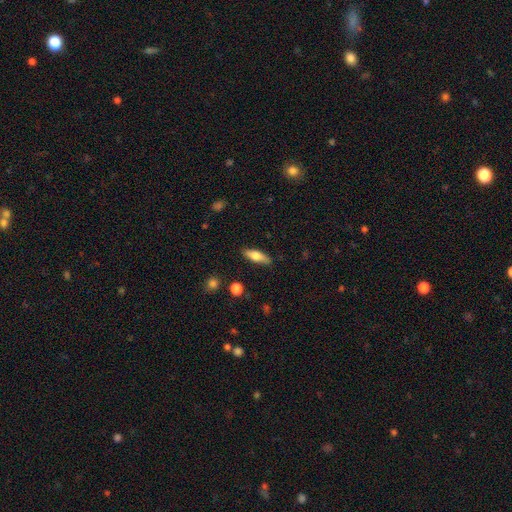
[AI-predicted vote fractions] The model was most divided on "how rounded": in between: 54%, cigar-shaped: 44%, round: 3%. More confident: merging — none (86%); smooth or featured — smooth (67%).